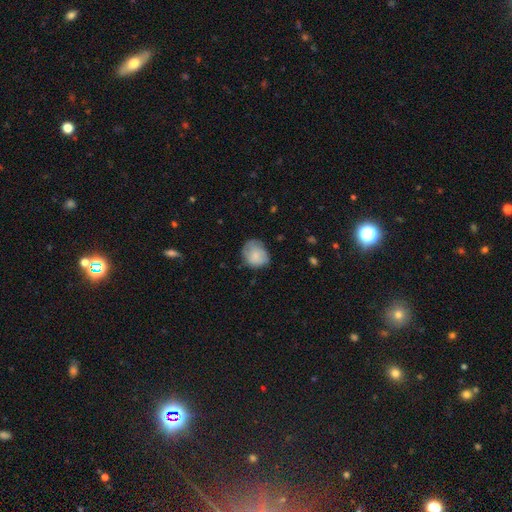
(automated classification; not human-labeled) smooth-or-featured: smooth: 73% | featured or disk: 20% | star or artifact: 7%
  how-rounded: round: 58% | in between: 41% | cigar-shaped: 1%
  merging: none: 60% | minor disturbance: 29% | major disturbance: 10% | merger: 1%